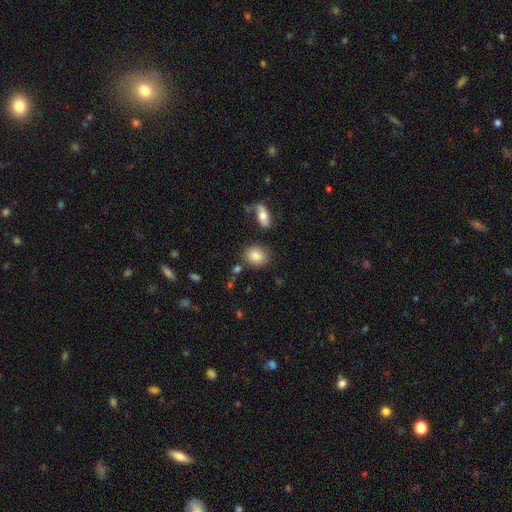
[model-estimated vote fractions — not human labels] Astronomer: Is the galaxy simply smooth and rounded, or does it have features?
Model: smooth — 84%.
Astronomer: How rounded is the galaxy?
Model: round — 66%.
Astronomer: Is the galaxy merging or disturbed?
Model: none — 79%.